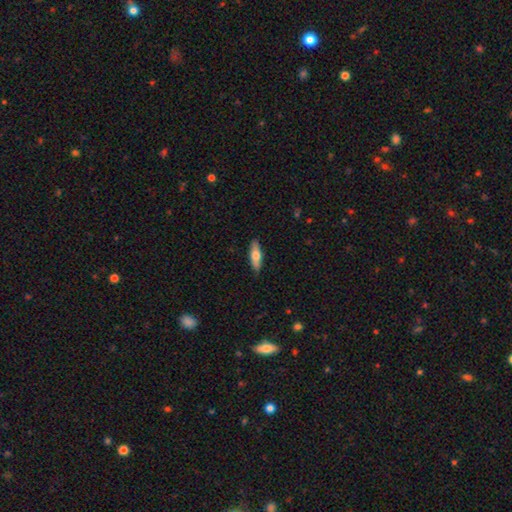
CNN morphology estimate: Smooth or featured? smooth (63%)
How rounded? cigar-shaped (55%)
Merging? none (88%)